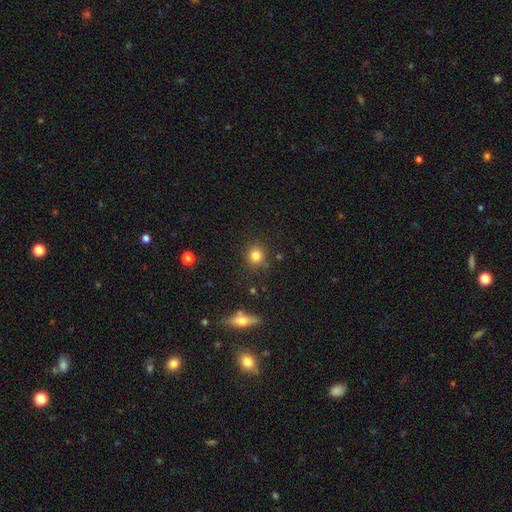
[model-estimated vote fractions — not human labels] Q: Smooth or featured?
A: smooth (81%); runner-up: star or artifact (12%)
Q: How rounded?
A: round (87%); runner-up: in between (12%)
Q: Merging?
A: none (83%); runner-up: minor disturbance (10%)